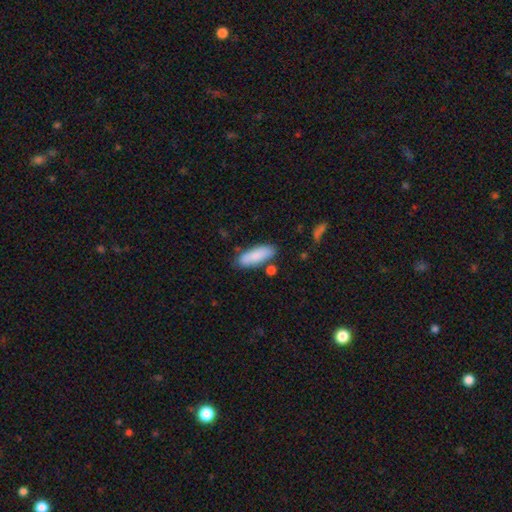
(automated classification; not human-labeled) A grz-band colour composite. It shows a smooth galaxy with no disk features (85%) that is in between round and cigar-shaped (64%). Merging: none (76%).